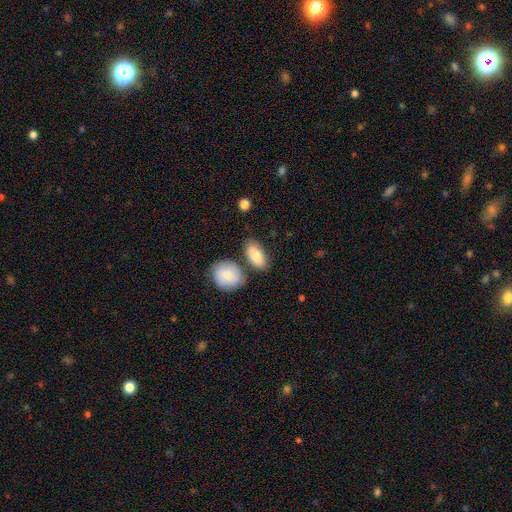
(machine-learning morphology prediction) smooth_or_featured: smooth (p=0.83) [alt: featured or disk p=0.12]
how_rounded: in between (p=0.89) [alt: cigar-shaped p=0.06]
merging: none (p=0.71) [alt: merger p=0.14]